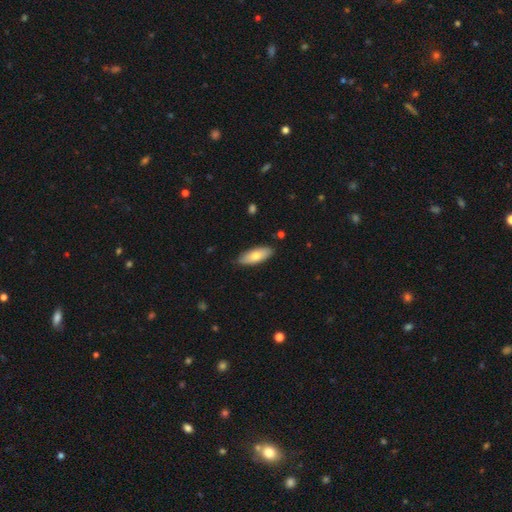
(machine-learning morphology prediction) This is likely a smooth galaxy (73%). How rounded: likely in between (78%). Merging: clearly none (86%).